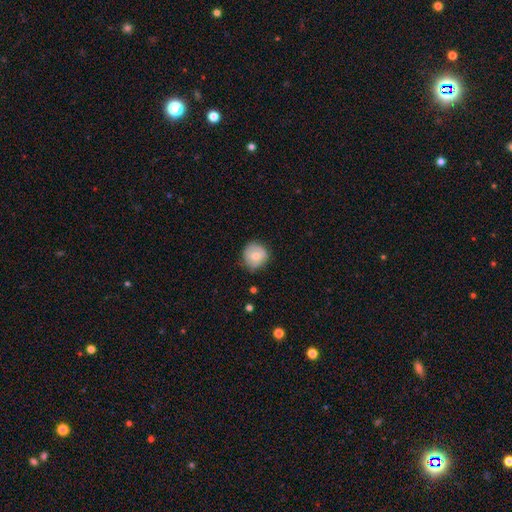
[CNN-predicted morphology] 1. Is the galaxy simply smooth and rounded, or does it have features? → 70% smooth, 23% featured or disk, 8% star or artifact.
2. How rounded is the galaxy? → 89% round, 10% in between, 1% cigar-shaped.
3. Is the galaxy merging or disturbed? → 71% none, 23% minor disturbance, 4% major disturbance, 2% merger.